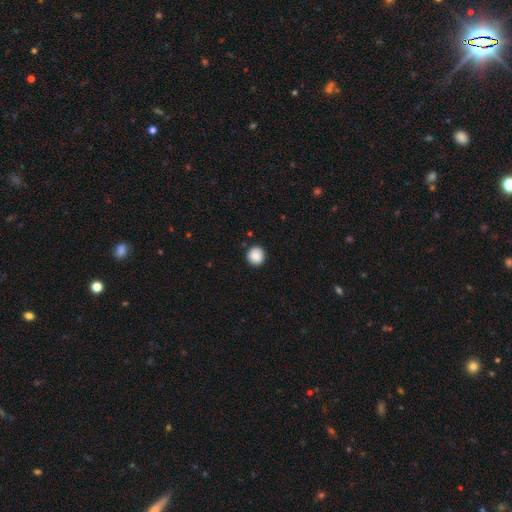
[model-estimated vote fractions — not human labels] Smooth or featured? Predicted: smooth (p=0.86). How rounded? Predicted: round (p=0.91). Merging? Predicted: none (p=0.90).